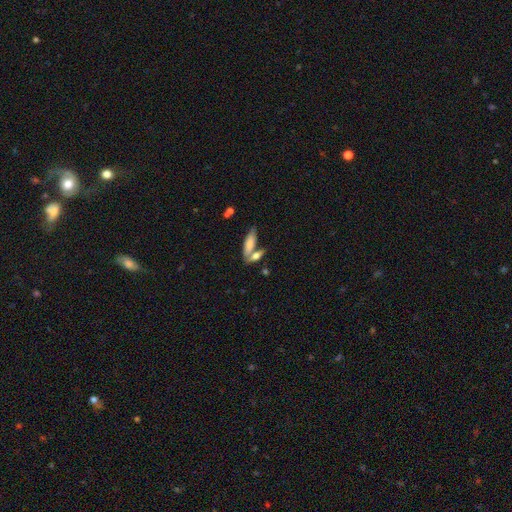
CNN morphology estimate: Smooth or featured? Predicted: smooth (p=0.72). How rounded? Predicted: in between (p=0.59). Merging? Predicted: none (p=0.46).